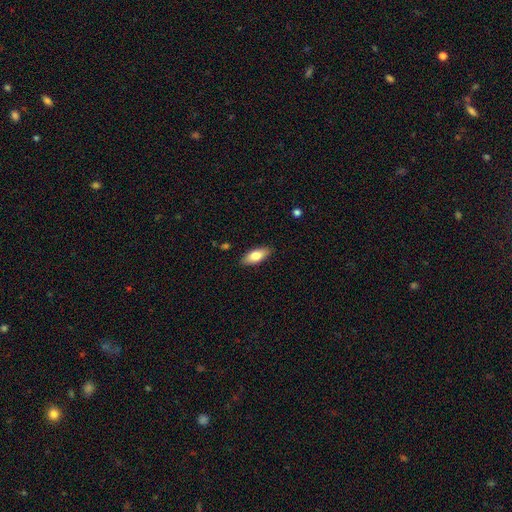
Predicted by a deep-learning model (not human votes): Smooth or featured? smooth (78%)
How rounded? in between (82%)
Merging? none (87%)